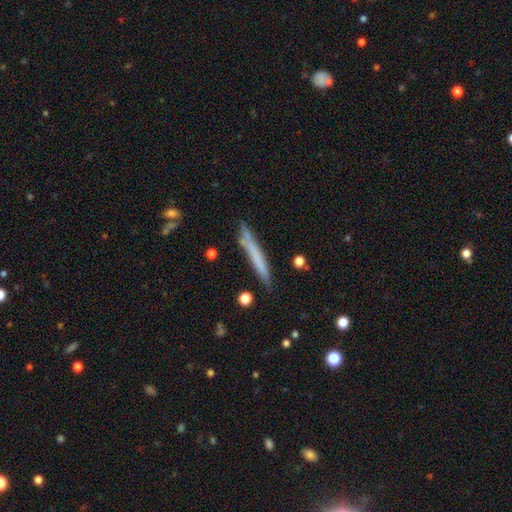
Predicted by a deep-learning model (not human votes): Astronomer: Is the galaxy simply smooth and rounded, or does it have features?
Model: smooth — 62%.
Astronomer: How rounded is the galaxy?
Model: cigar-shaped — 96%.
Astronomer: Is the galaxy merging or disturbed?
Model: none — 79%.